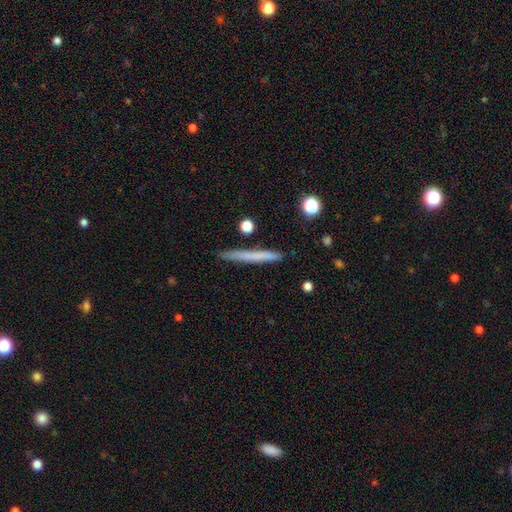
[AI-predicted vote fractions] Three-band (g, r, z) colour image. It shows a smooth galaxy with no disk features (63%) that is cigar-shaped (96%). Merging: none (86%).